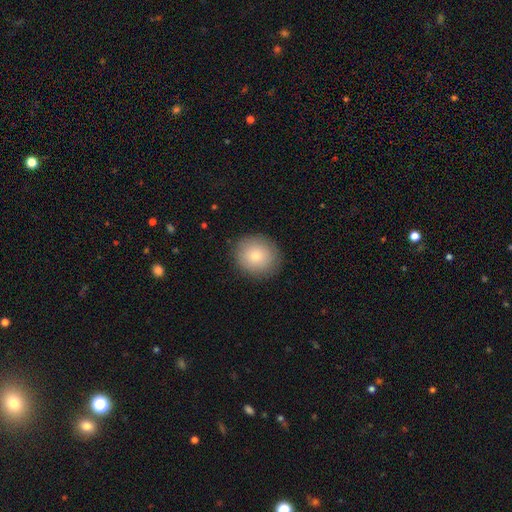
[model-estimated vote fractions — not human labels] The model was most divided on "smooth or featured": smooth: 77%, featured or disk: 13%, star or artifact: 9%. More confident: merging — none (88%); how rounded — round (84%).